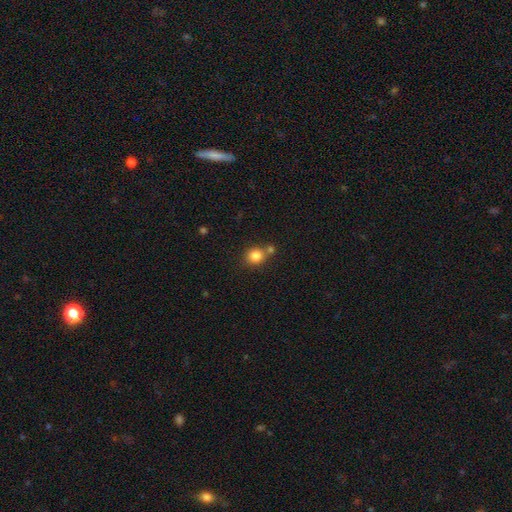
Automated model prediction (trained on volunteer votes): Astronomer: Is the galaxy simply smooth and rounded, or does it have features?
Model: smooth — 83%.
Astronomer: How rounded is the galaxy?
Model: round — 80%.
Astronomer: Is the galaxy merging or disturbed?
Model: none — 63%.